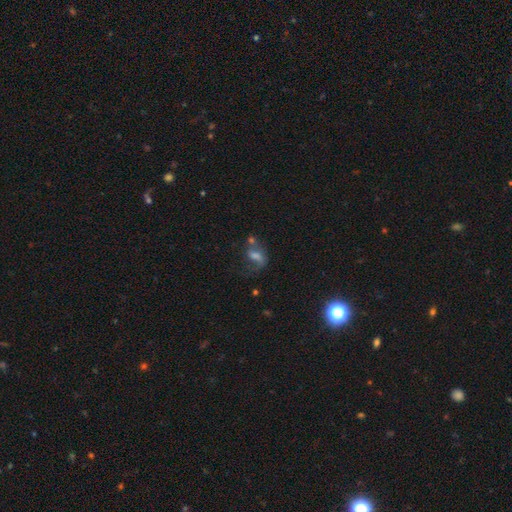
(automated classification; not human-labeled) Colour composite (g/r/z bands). It shows a smooth galaxy with no disk features (45%). Merging: none (31%).